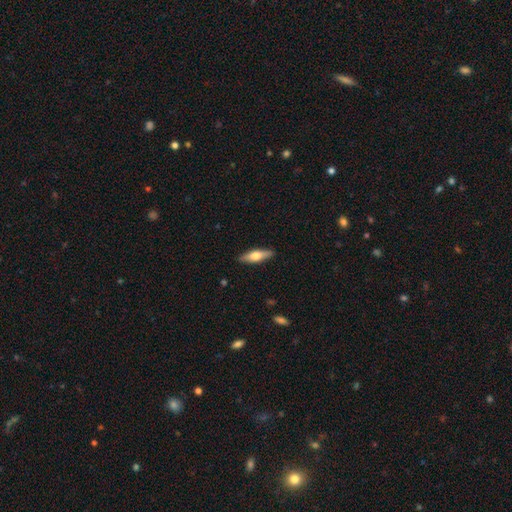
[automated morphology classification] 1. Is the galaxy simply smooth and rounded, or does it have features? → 50% smooth, 44% featured or disk, 6% star or artifact.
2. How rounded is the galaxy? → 55% cigar-shaped, 43% in between, 2% round.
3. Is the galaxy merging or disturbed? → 89% none, 8% minor disturbance, 2% major disturbance, 1% merger.